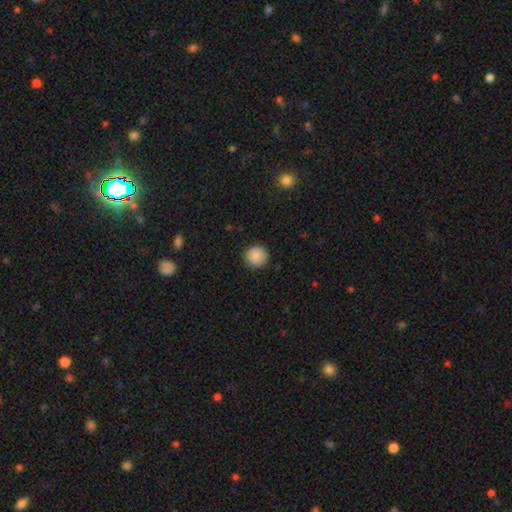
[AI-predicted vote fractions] smooth-or-featured: smooth: 88% | star or artifact: 8% | featured or disk: 3%
  how-rounded: round: 94% | in between: 5% | cigar-shaped: 1%
  merging: none: 90% | minor disturbance: 7% | major disturbance: 2% | merger: 1%